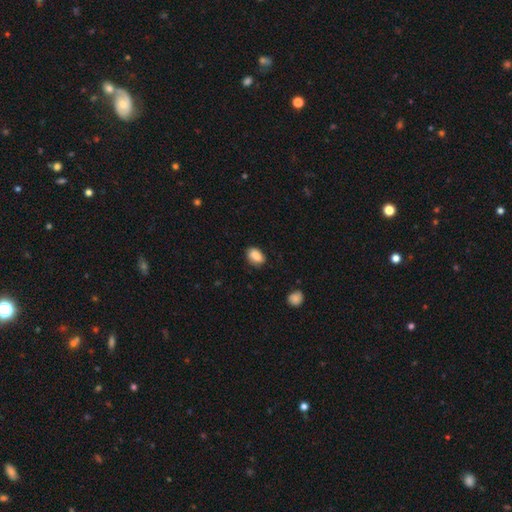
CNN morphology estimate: Smooth or featured? Predicted: smooth (p=0.88). How rounded? Predicted: in between (p=0.81). Merging? Predicted: none (p=0.80).